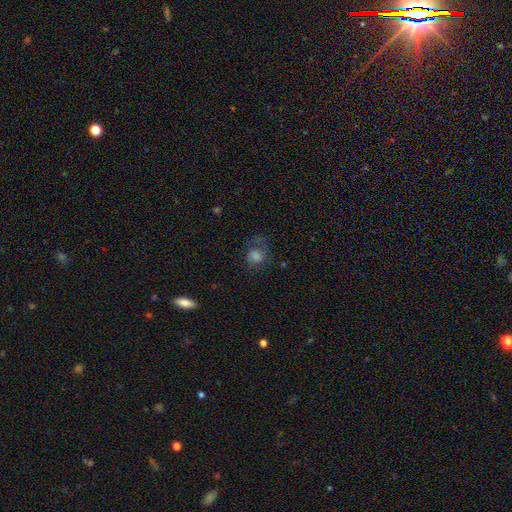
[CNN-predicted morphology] The model was most divided on "smooth or featured": smooth: 50%, featured or disk: 34%, star or artifact: 17%. More confident: merging — none (51%).